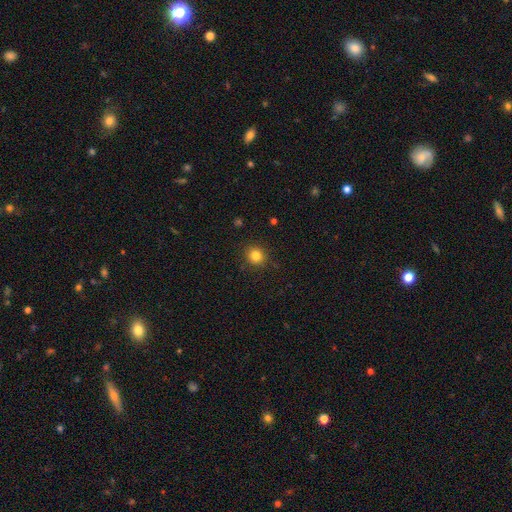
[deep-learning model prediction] Smooth or featured?
  - smooth: 82% *
  - star or artifact: 12%
  - featured or disk: 6%
How rounded?
  - round: 89% *
  - in between: 10%
  - cigar-shaped: 1%
Merging?
  - none: 90% *
  - minor disturbance: 7%
  - major disturbance: 2%
  - merger: 1%